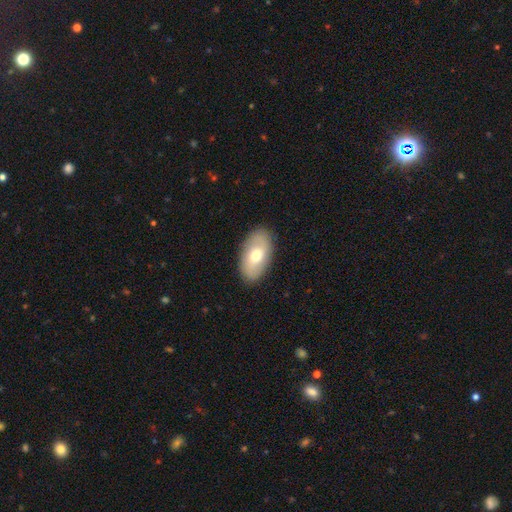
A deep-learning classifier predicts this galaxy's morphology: smooth_or_featured: smooth (p=0.64) [alt: featured or disk p=0.30]
how_rounded: in between (p=0.92) [alt: round p=0.05]
merging: none (p=0.88) [alt: minor disturbance p=0.09]